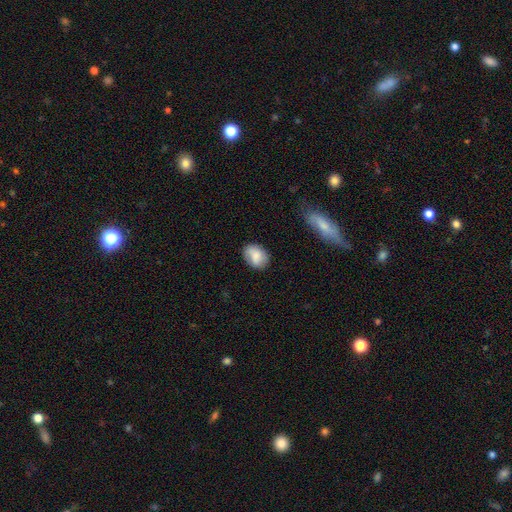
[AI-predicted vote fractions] Overall: smooth (78%). How rounded: in between (64%; round 35%). Merging: none (75%).